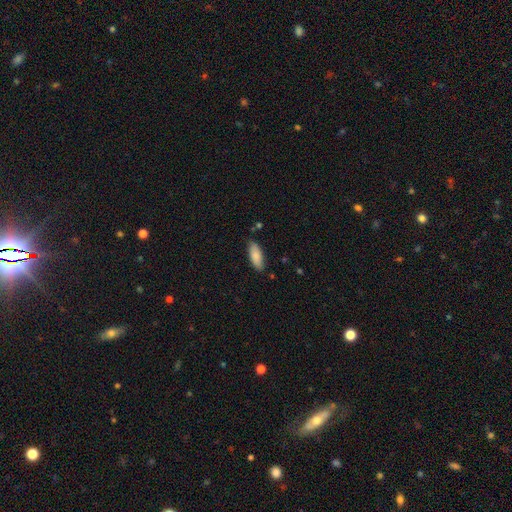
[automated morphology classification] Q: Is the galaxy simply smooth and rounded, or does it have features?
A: smooth — 84%.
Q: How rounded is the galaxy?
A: in between — 76%.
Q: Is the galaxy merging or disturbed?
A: none — 82%.